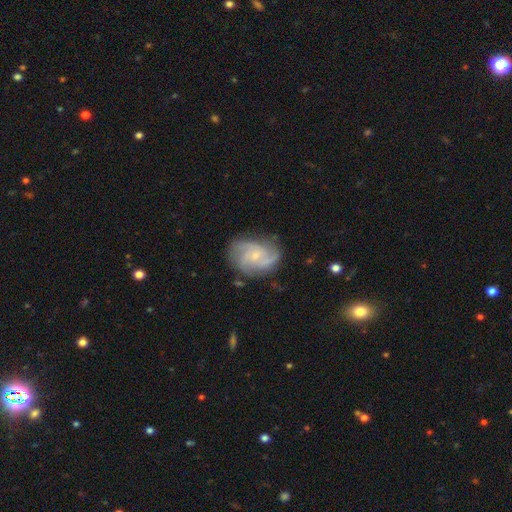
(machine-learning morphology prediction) smooth-or-featured: featured or disk: 81% | smooth: 13% | star or artifact: 6%
  disk-edge-on: no: 98% | yes: 2%
    bar: no: 67% | weak: 29% | strong: 4%
    has-spiral-arms: yes: 96% | no: 4%
      spiral-winding: medium: 49% | tight: 28% | loose: 23%
      spiral-arm-count: 3: 39% | 2: 27% | can't tell: 15% | 4: 9% | 1: 5% | more than 4: 5%
    bulge-size: small: 75% | moderate: 19% | none: 4% | large: 1% | dominant: 1%
  merging: none: 70% | minor disturbance: 21% | major disturbance: 8% | merger: 2%